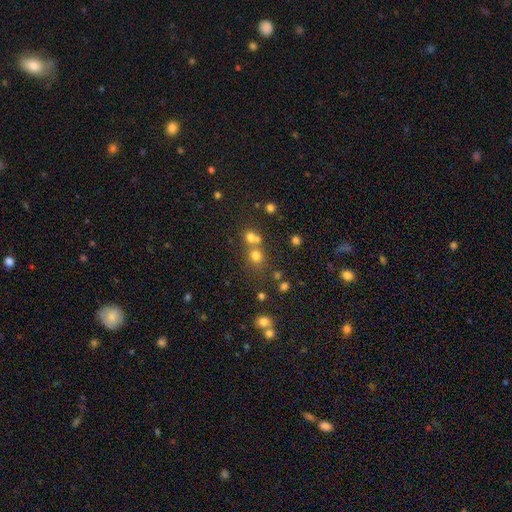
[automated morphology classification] smooth-or-featured: smooth: 70% | star or artifact: 20% | featured or disk: 10%
  how-rounded: round: 83% | in between: 16% | cigar-shaped: 1%
  merging: none: 49% | merger: 41% | minor disturbance: 7% | major disturbance: 4%